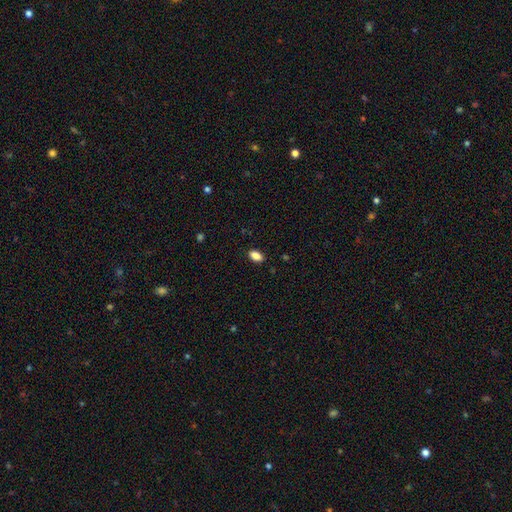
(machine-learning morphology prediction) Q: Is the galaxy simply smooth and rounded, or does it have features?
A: smooth — 86%.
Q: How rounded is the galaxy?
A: in between — 90%.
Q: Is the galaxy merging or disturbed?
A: none — 88%.